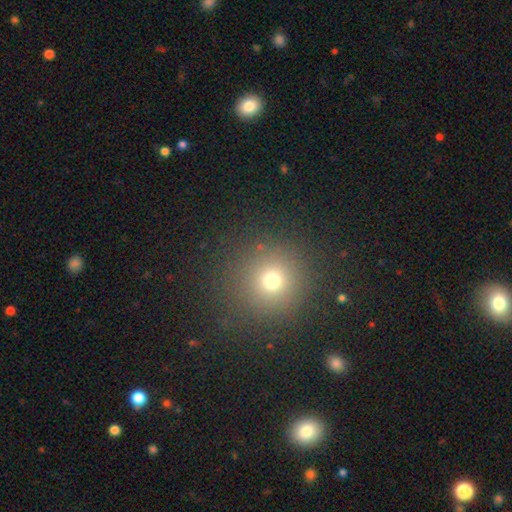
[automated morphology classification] This is likely a smooth galaxy (65%). How rounded: clearly round (95%). Merging: clearly none (90%).